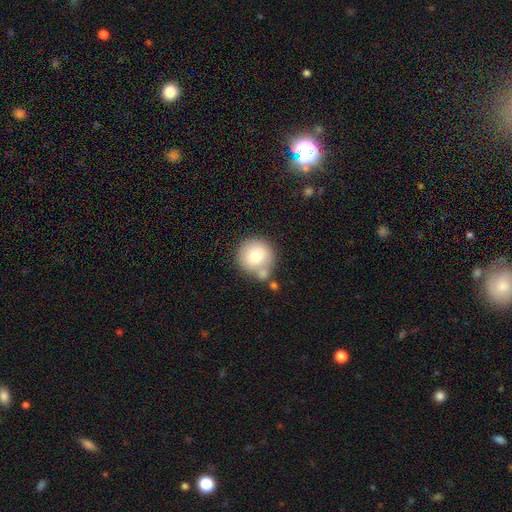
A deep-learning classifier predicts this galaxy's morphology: smooth_or_featured: smooth (p=0.77) [alt: featured or disk p=0.15]
how_rounded: round (p=0.93) [alt: in between p=0.06]
merging: none (p=0.64) [alt: merger p=0.18]